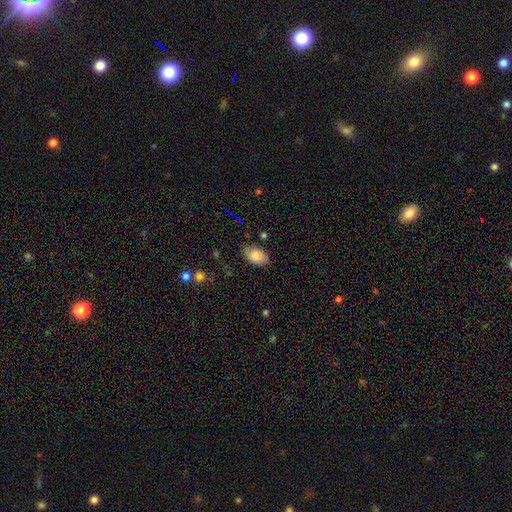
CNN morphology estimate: Overall: smooth (83%). How rounded: in between (92%). Merging: none (80%).